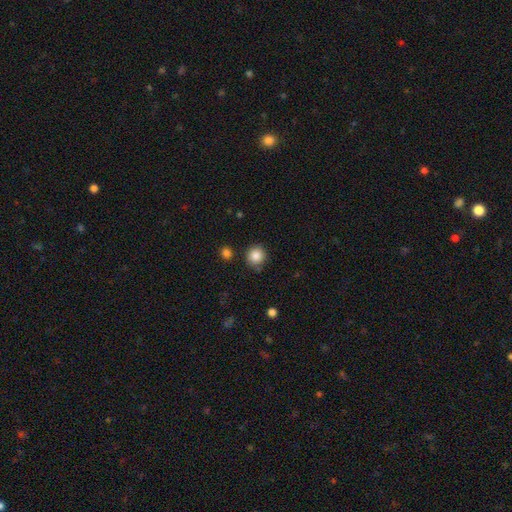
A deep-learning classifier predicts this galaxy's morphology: smooth-or-featured: smooth: 86% | star or artifact: 10% | featured or disk: 5%
  how-rounded: round: 91% | in between: 8% | cigar-shaped: 1%
  merging: none: 83% | minor disturbance: 10% | merger: 4% | major disturbance: 3%